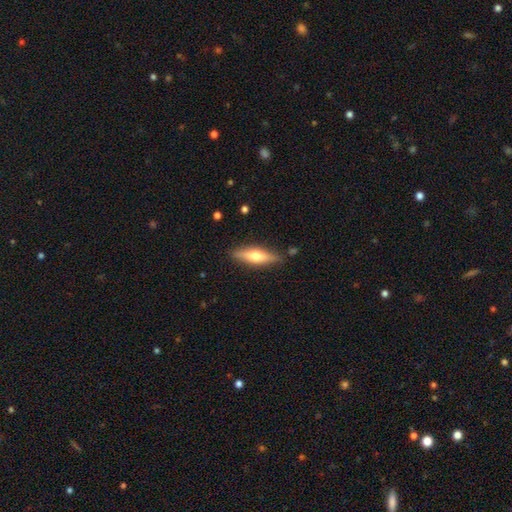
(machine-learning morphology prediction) This is possibly a smooth galaxy (51%). How rounded: possibly cigar-shaped (59%). Merging: clearly none (85%).